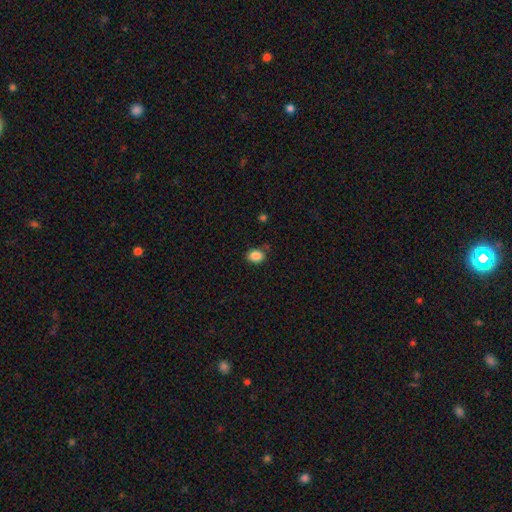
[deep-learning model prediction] This is clearly a smooth galaxy (87%). How rounded: likely in between (61%). Merging: likely none (76%).